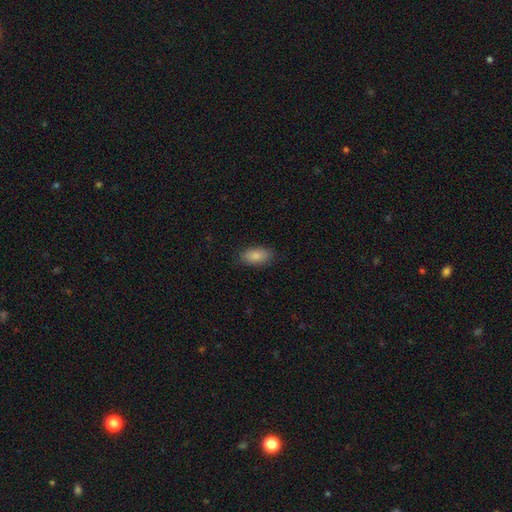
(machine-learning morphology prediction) A smooth galaxy with no disk features (87%) that is in between round and cigar-shaped (91%). Merging: none (84%).